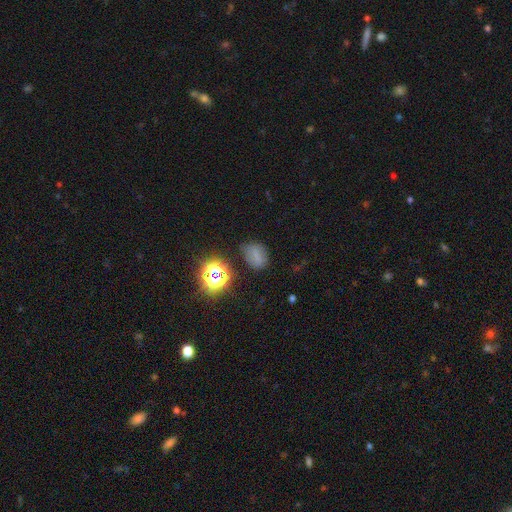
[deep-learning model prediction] smooth 60%, star or artifact 25%, featured or disk 15%. Down the decision tree: how rounded — in between (66%); merging — none (70%).